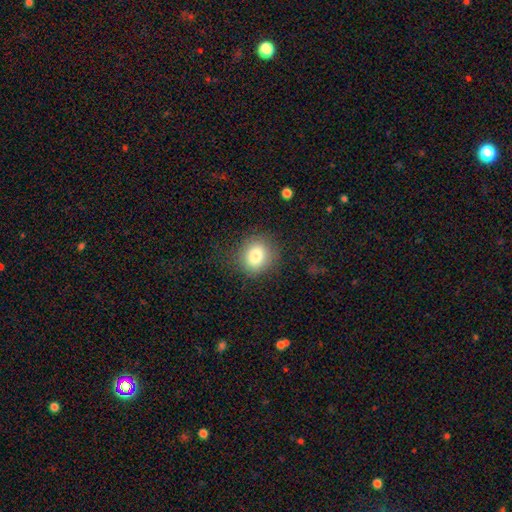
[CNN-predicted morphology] smooth-or-featured: smooth: 81% | star or artifact: 10% | featured or disk: 9%
  how-rounded: round: 76% | in between: 23% | cigar-shaped: 1%
  merging: none: 81% | minor disturbance: 12% | major disturbance: 5% | merger: 1%